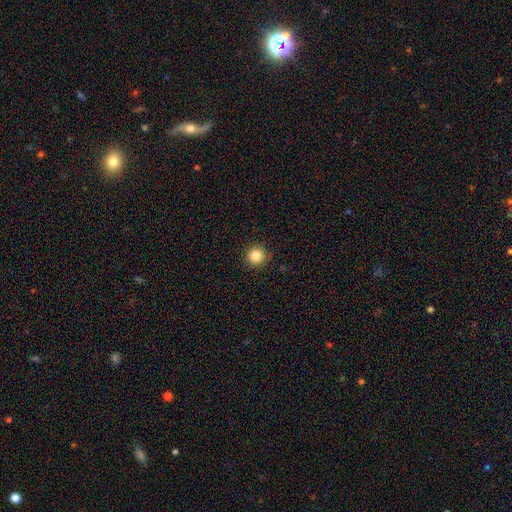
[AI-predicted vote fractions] Q: Smooth or featured?
A: smooth (85%); runner-up: star or artifact (11%)
Q: How rounded?
A: round (94%); runner-up: in between (5%)
Q: Merging?
A: none (91%); runner-up: minor disturbance (6%)